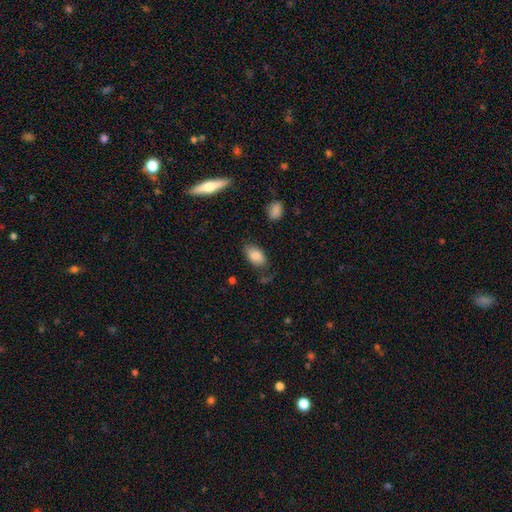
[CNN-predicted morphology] smooth-or-featured: smooth: 85% | featured or disk: 7% | star or artifact: 7%
  how-rounded: in between: 93% | round: 5% | cigar-shaped: 2%
  merging: none: 68% | minor disturbance: 22% | major disturbance: 7% | merger: 3%